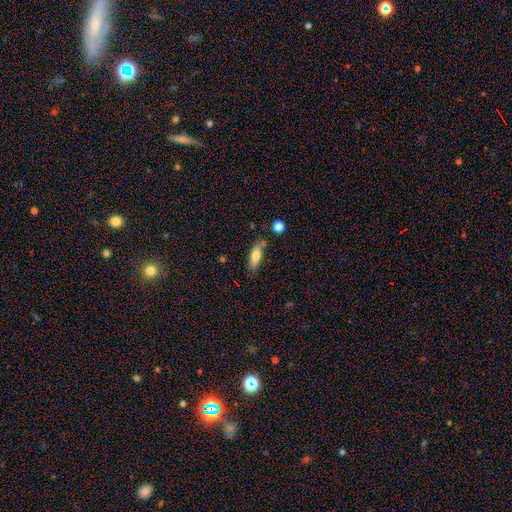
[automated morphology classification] type=smooth (73%); roundness=in between (63%); merging=none (70%).